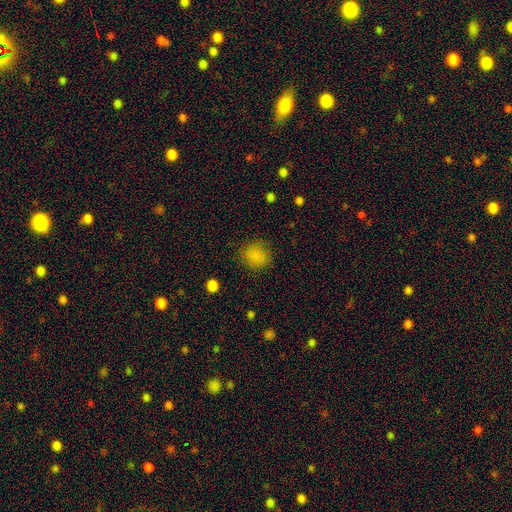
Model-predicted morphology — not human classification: type=smooth (84%); roundness=round (85%); merging=none (83%).